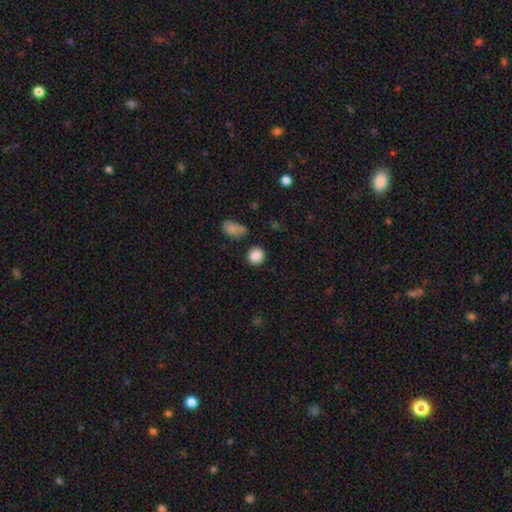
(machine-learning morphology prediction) Smooth or featured: smooth — 87% (star or artifact — 9%)
How rounded: round — 85% (in between — 13%)
Merging: none — 85% (minor disturbance — 9%)